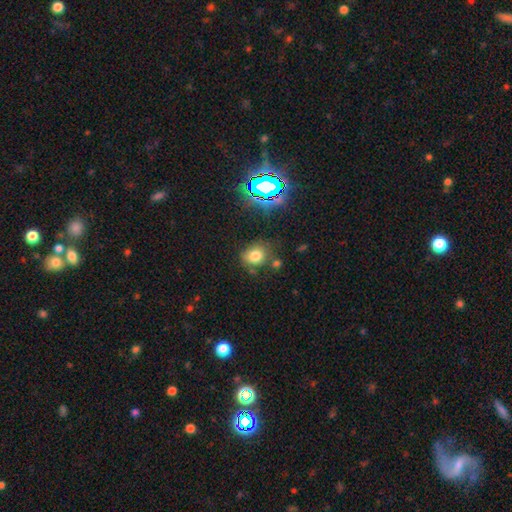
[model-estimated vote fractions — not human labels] Smooth or featured? smooth (74%)
How rounded? round (62%)
Merging? none (69%)